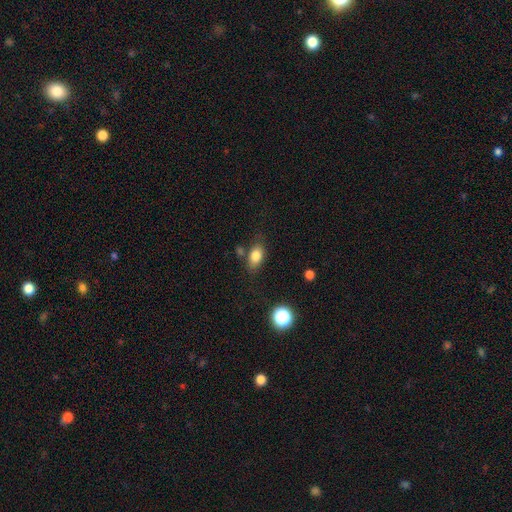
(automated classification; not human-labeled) smooth-or-featured: smooth: 80% | star or artifact: 10% | featured or disk: 10%
  how-rounded: in between: 83% | round: 13% | cigar-shaped: 4%
  merging: none: 72% | minor disturbance: 16% | merger: 7% | major disturbance: 5%